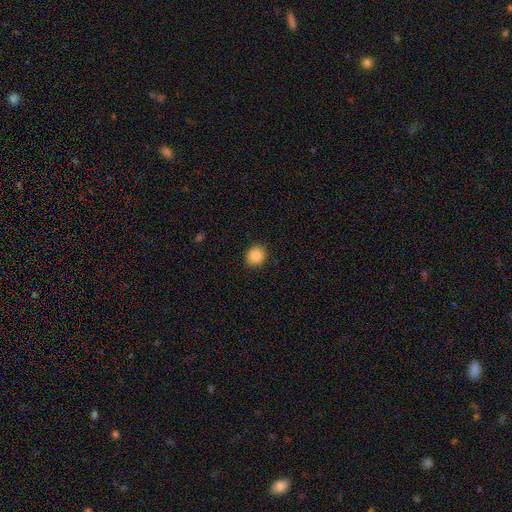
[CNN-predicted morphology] type=smooth (89%); roundness=round (83%); merging=none (89%).